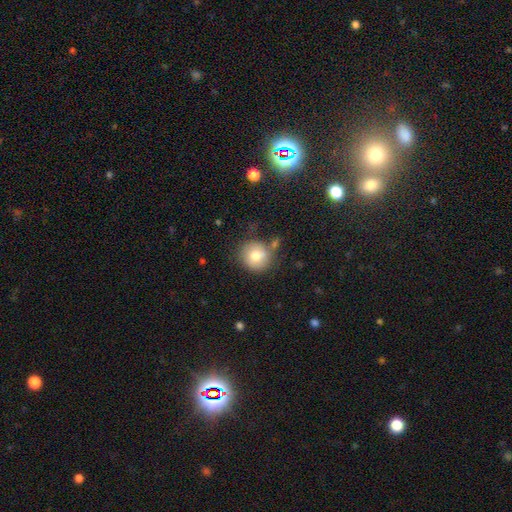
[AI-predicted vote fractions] Smooth or featured: smooth — 77% (featured or disk — 13%)
How rounded: round — 90% (in between — 9%)
Merging: none — 70% (minor disturbance — 15%)